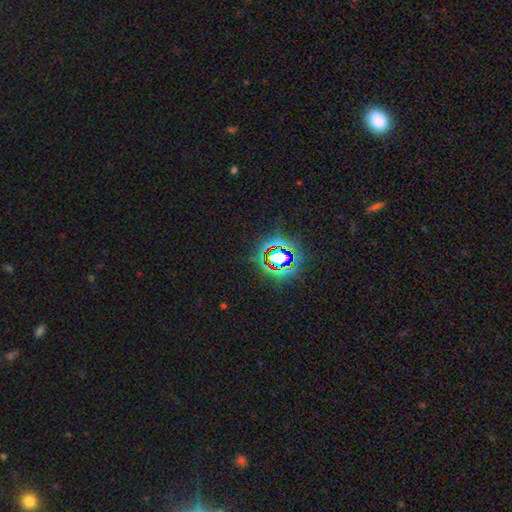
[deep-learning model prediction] smooth-or-featured: star or artifact: 79% | smooth: 13% | featured or disk: 8%